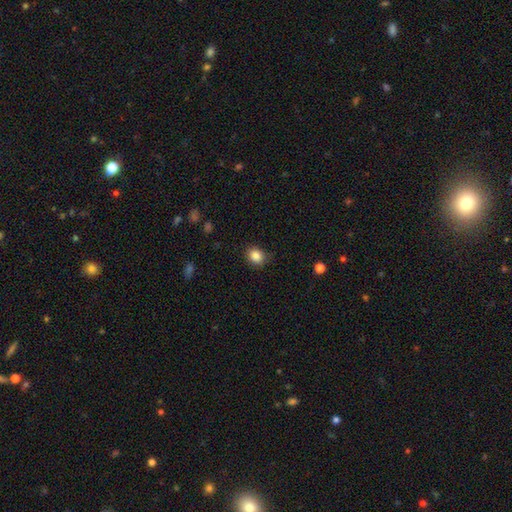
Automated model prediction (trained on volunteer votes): Smooth or featured?
  - smooth: 86% *
  - star or artifact: 10%
  - featured or disk: 4%
How rounded?
  - round: 57% *
  - in between: 42%
  - cigar-shaped: 1%
Merging?
  - none: 83% *
  - minor disturbance: 13%
  - major disturbance: 3%
  - merger: 1%